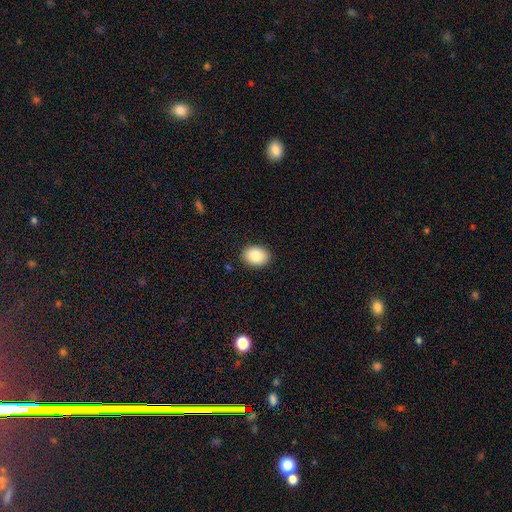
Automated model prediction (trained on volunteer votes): The model was most divided on "how rounded": in between: 69%, round: 31%, cigar-shaped: 1%. More confident: merging — none (89%); smooth or featured — smooth (86%).